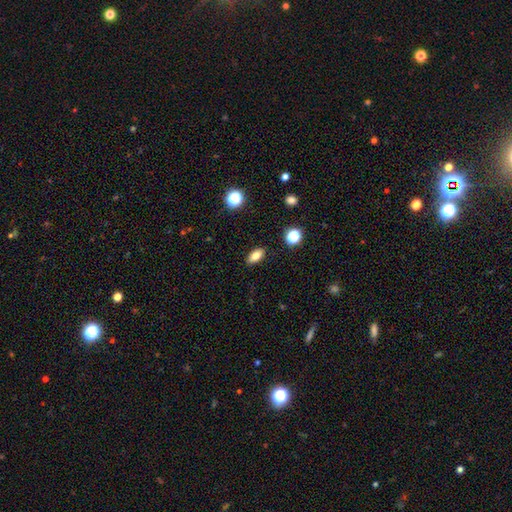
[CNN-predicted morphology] Q: Smooth or featured?
A: smooth (79%); runner-up: featured or disk (11%)
Q: How rounded?
A: in between (85%); runner-up: cigar-shaped (8%)
Q: Merging?
A: none (89%); runner-up: minor disturbance (8%)